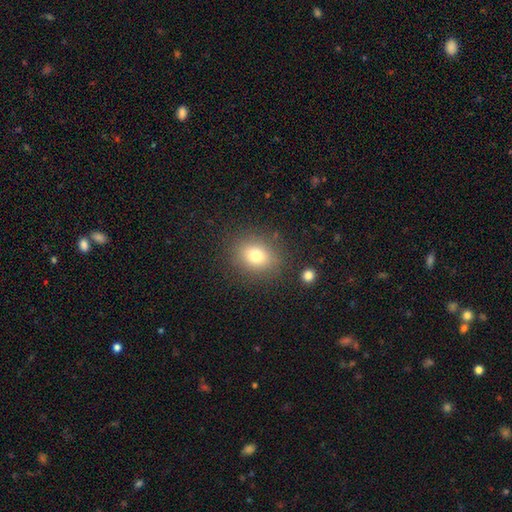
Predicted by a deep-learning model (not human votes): Smooth or featured?
  - smooth: 77% *
  - star or artifact: 13%
  - featured or disk: 11%
How rounded?
  - round: 55% *
  - in between: 43%
  - cigar-shaped: 1%
Merging?
  - none: 85% *
  - minor disturbance: 9%
  - major disturbance: 4%
  - merger: 2%